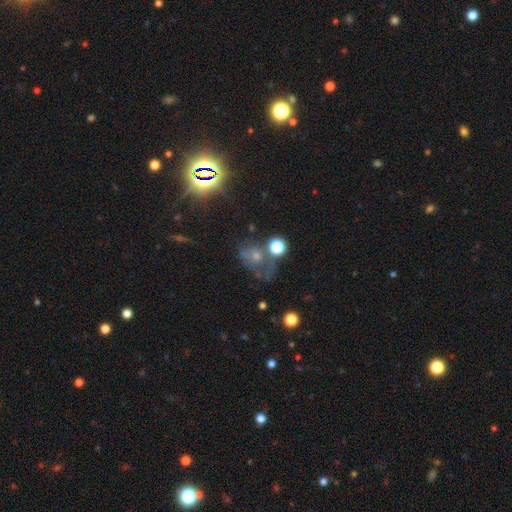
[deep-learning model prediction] star or artifact 43%, smooth 29%, featured or disk 29%.